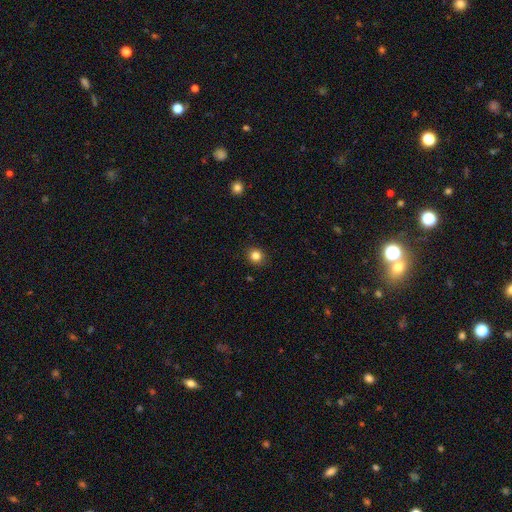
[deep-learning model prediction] Smooth or featured? Predicted: smooth (p=0.84). How rounded? Predicted: round (p=0.90). Merging? Predicted: none (p=0.91).